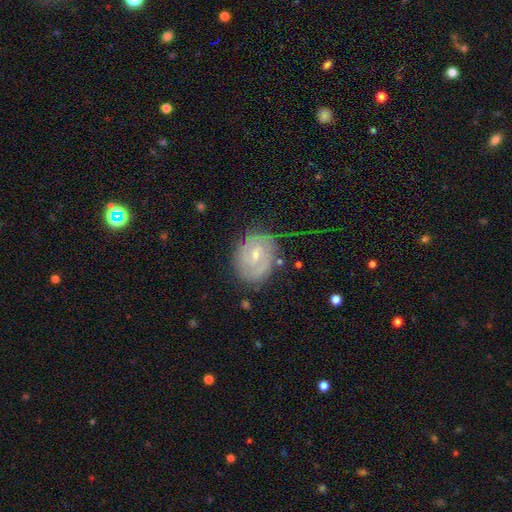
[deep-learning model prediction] A featured or disk galaxy (75%) with a weak bar (54%), 2 (57%) tight (59%) spiral arms (90%) and a small central bulge (59%). Merging: none (72%).